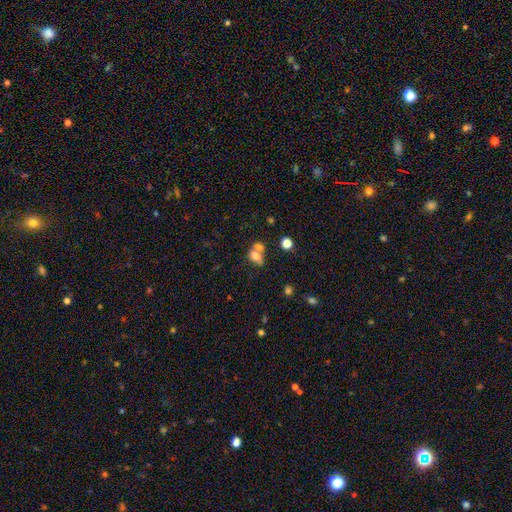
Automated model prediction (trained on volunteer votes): Smooth or featured?
  - smooth: 73% *
  - featured or disk: 14%
  - star or artifact: 13%
How rounded?
  - in between: 80% *
  - round: 17%
  - cigar-shaped: 3%
Merging?
  - merger: 53% *
  - none: 29%
  - minor disturbance: 11%
  - major disturbance: 7%